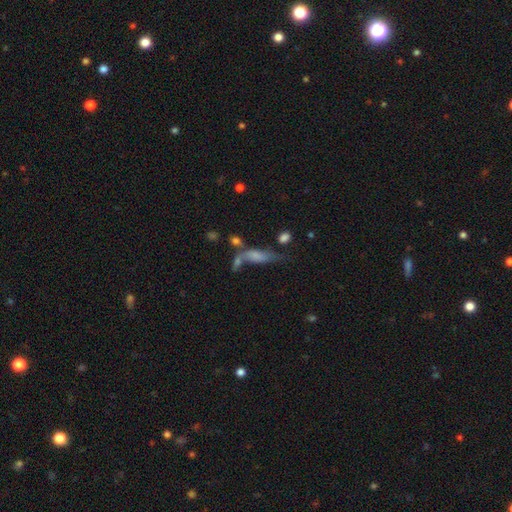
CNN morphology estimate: Smooth or featured? smooth (58%)
How rounded? in between (52%)
Merging? none (31%)